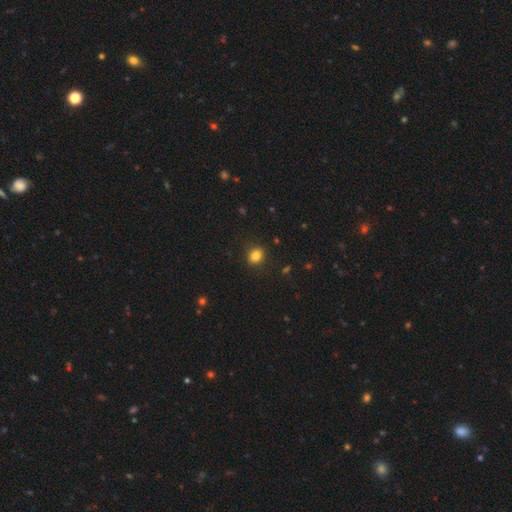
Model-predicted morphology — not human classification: Smooth or featured: smooth — 83% (star or artifact — 11%)
How rounded: round — 62% (in between — 37%)
Merging: none — 87% (minor disturbance — 9%)